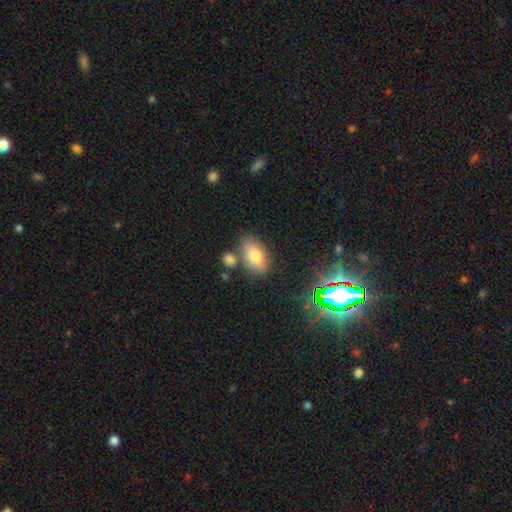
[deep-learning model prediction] smooth-or-featured: smooth: 76% | featured or disk: 14% | star or artifact: 10%
  how-rounded: in between: 90% | round: 7% | cigar-shaped: 3%
  merging: none: 72% | minor disturbance: 13% | merger: 12% | major disturbance: 4%